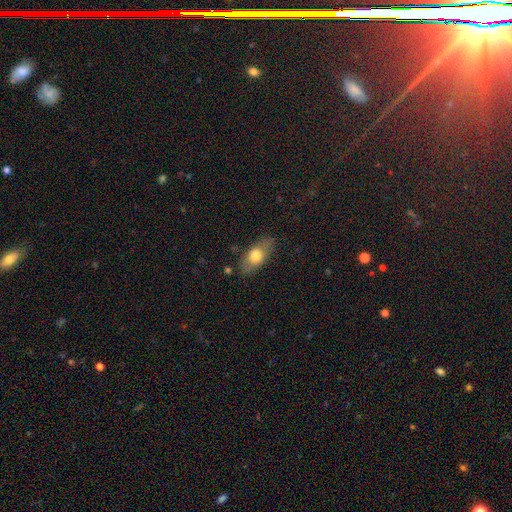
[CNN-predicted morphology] Smooth or featured: smooth — 69% (featured or disk — 24%)
How rounded: in between — 83% (cigar-shaped — 10%)
Merging: none — 79% (minor disturbance — 15%)